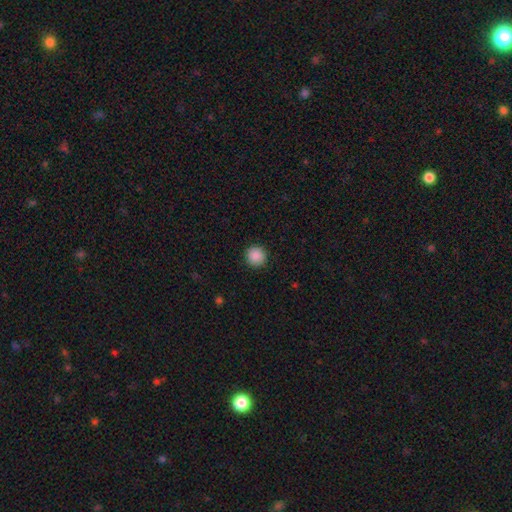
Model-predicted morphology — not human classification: Smooth or featured? smooth (89%)
How rounded? round (96%)
Merging? none (93%)